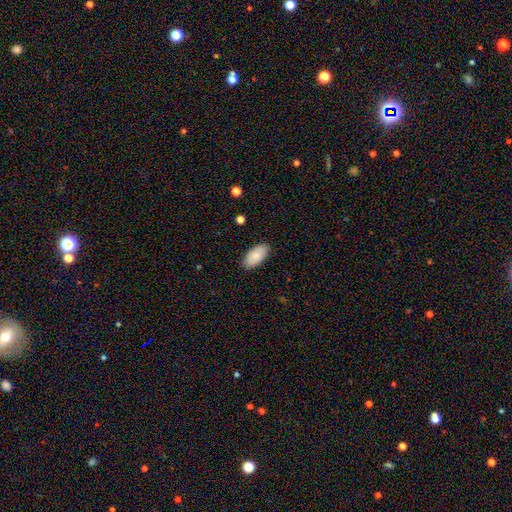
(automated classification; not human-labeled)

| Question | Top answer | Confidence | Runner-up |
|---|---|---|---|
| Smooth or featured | smooth | 85% | featured or disk (8%) |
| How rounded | in between | 95% | cigar-shaped (3%) |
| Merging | none | 87% | minor disturbance (10%) |